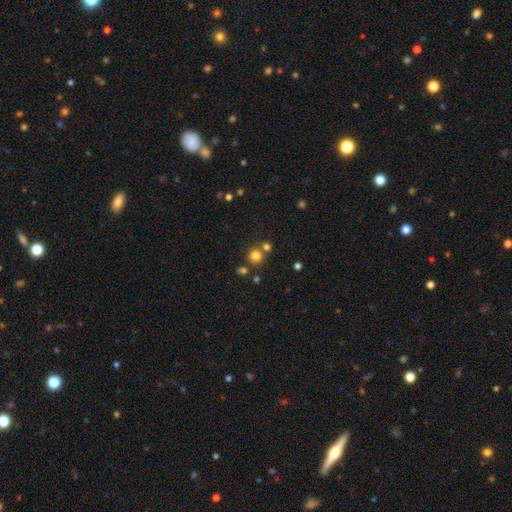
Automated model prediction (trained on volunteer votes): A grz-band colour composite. It shows a smooth galaxy with no disk features (78%) that is round (91%). Merging: none (72%).